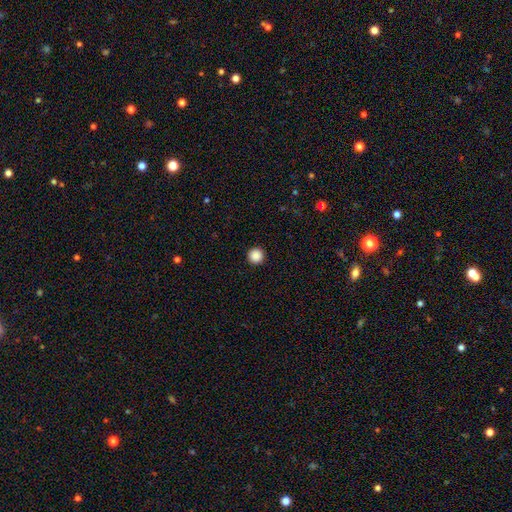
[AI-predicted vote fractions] Morphology: type=smooth (88%); roundness=round (97%); merging=none (94%).